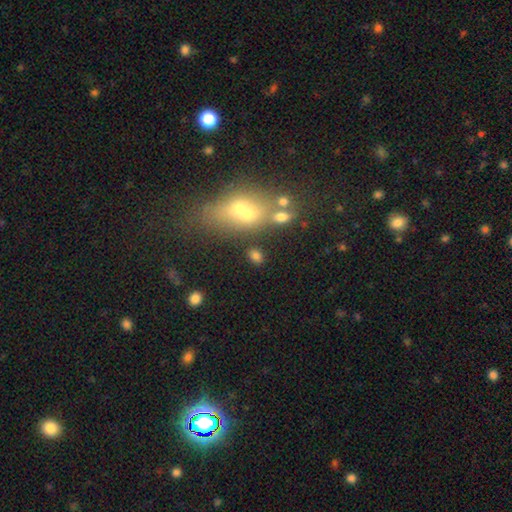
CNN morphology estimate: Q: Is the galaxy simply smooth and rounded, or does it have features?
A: smooth — 74%.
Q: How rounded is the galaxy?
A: in between — 64%.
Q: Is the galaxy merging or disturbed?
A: none — 70%.